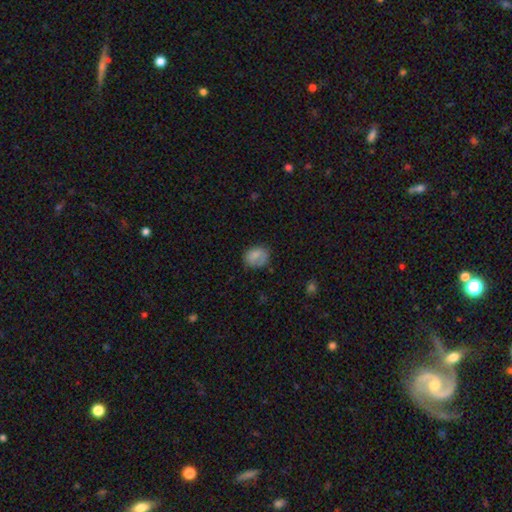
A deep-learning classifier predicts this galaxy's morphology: The model was most divided on "how rounded": round: 52%, in between: 47%, cigar-shaped: 1%. More confident: smooth or featured — smooth (75%); merging — none (62%).